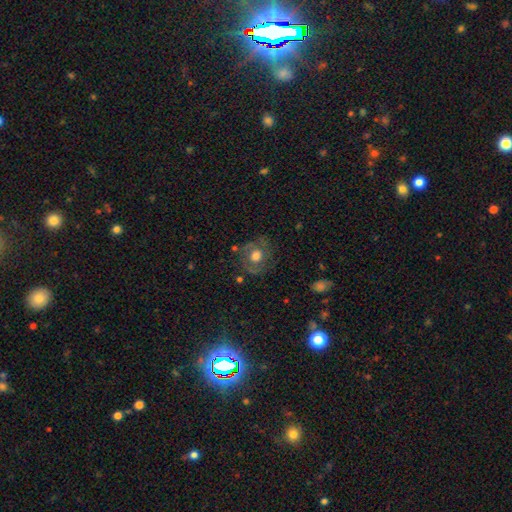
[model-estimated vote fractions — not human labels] Smooth or featured?
  - smooth: 47% *
  - featured or disk: 44%
  - star or artifact: 9%
Merging?
  - none: 73% *
  - minor disturbance: 17%
  - major disturbance: 8%
  - merger: 2%